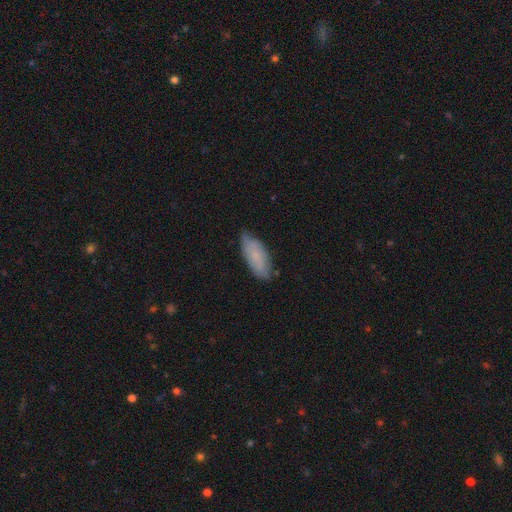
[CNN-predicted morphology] Q: Smooth or featured?
A: smooth (70%); runner-up: featured or disk (23%)
Q: How rounded?
A: in between (80%); runner-up: cigar-shaped (18%)
Q: Merging?
A: none (69%); runner-up: minor disturbance (26%)